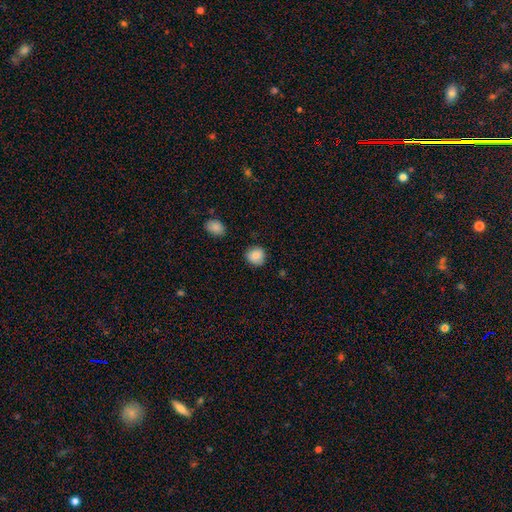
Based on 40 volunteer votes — A smooth galaxy with no disk features (88%) that is round (97%).

Vote fractions:
- Smooth or featured? smooth: 88% / star or artifact: 8% / featured or disk: 5%
- How rounded? round: 97% / in between: 3% / cigar-shaped: 0%
- Merging? none: 70% / minor disturbance: 24% / merger: 5% / major disturbance: 0%